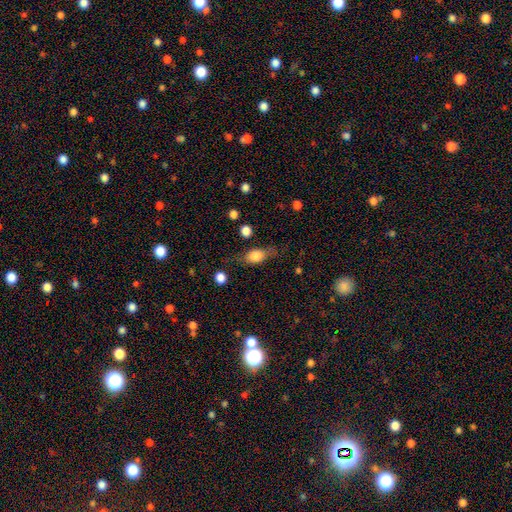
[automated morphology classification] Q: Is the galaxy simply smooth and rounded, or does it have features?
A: smooth — 67%.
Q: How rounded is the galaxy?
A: in between — 70%.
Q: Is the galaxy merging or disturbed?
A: none — 64%.